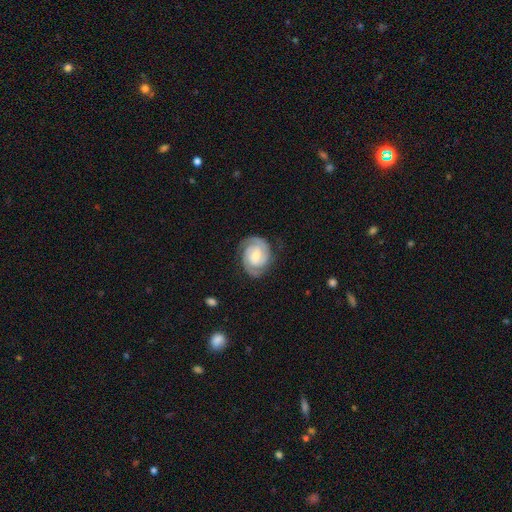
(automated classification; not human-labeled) Smooth or featured? featured or disk (87%)
Edge-on disk? no (98%)
Bar? no (47%)
Spiral arms? yes (97%)
Spiral winding? tight (66%)
Spiral arm count? 2 (81%)
Bulge size? moderate (47%, tied with small)
Merging? none (80%)